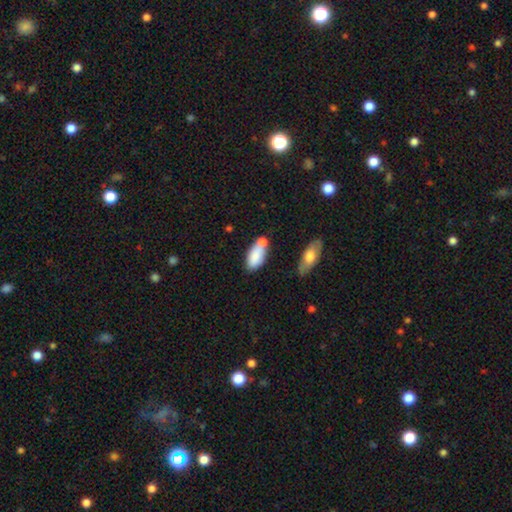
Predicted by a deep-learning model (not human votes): Overall: smooth (81%). How rounded: in between (91%). Merging: none (48%; merger 27%).